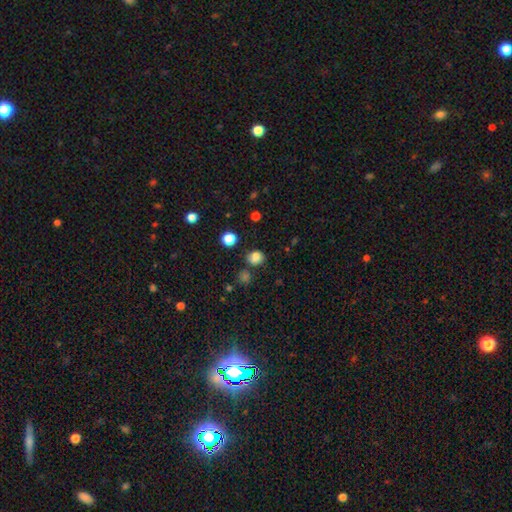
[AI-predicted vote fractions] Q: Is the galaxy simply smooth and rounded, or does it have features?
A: smooth — 79%.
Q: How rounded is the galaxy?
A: round — 68%.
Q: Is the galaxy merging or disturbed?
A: none — 70%.